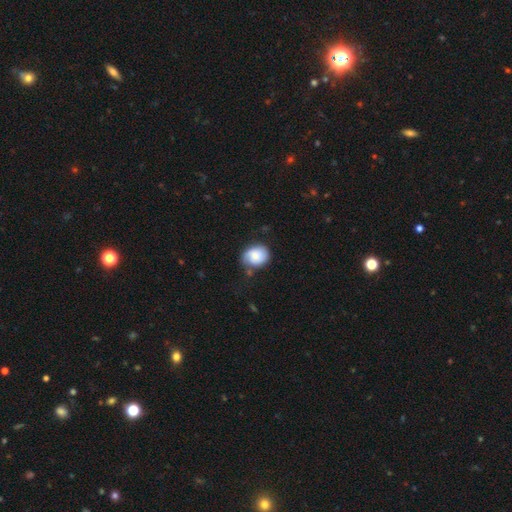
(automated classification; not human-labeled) This appears to be a smooth galaxy with no disk features (67%) that is round (53%). Merging: none (62%).